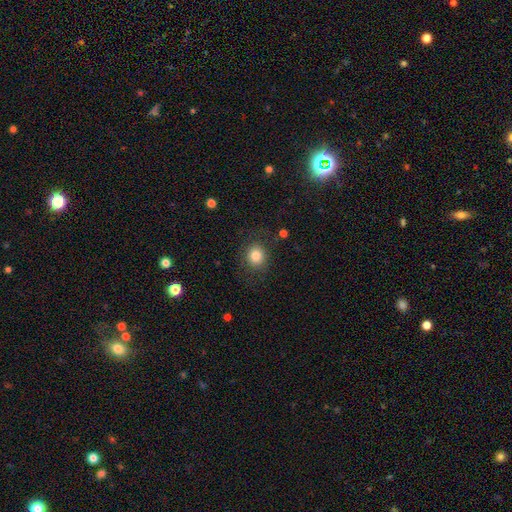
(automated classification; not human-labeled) Q: Smooth or featured?
A: smooth (82%); runner-up: star or artifact (11%)
Q: How rounded?
A: round (76%); runner-up: in between (23%)
Q: Merging?
A: none (83%); runner-up: minor disturbance (11%)